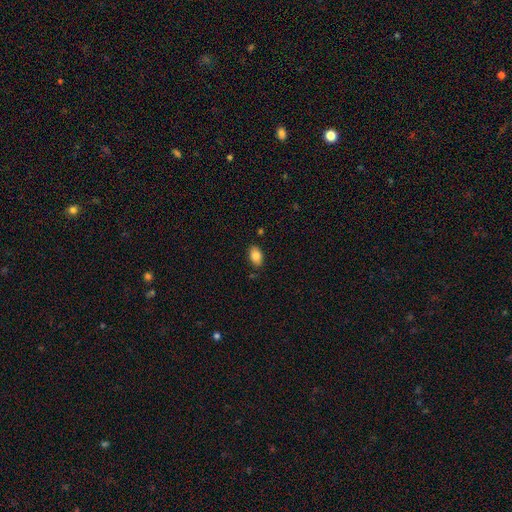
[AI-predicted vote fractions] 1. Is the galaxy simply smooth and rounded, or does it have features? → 85% smooth, 8% star or artifact, 8% featured or disk.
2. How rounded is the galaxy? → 90% in between, 8% round, 2% cigar-shaped.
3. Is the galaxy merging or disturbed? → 84% none, 11% minor disturbance, 2% major disturbance, 2% merger.